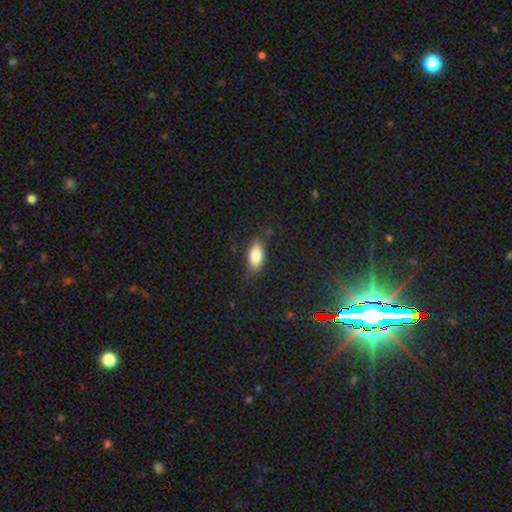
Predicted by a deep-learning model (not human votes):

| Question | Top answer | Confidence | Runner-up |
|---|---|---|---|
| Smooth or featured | smooth | 82% | featured or disk (11%) |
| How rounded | in between | 87% | cigar-shaped (10%) |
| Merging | none | 81% | minor disturbance (15%) |